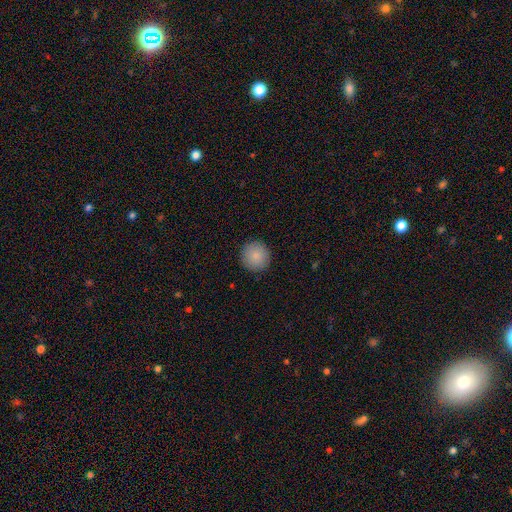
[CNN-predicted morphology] Overall: smooth (87%). How rounded: round (95%). Merging: none (91%).